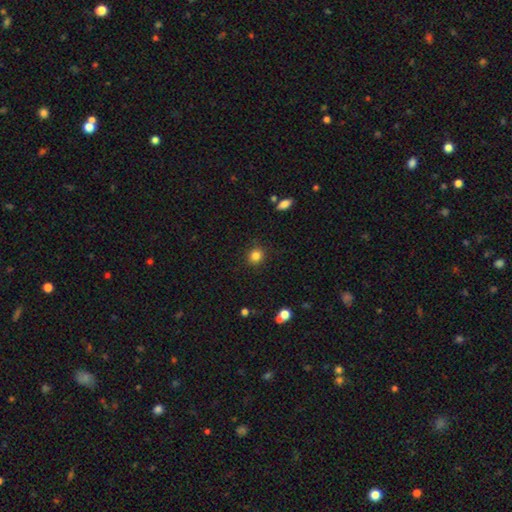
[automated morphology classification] Smooth or featured? Predicted: smooth (p=0.84). How rounded? Predicted: round (p=0.86). Merging? Predicted: none (p=0.89).